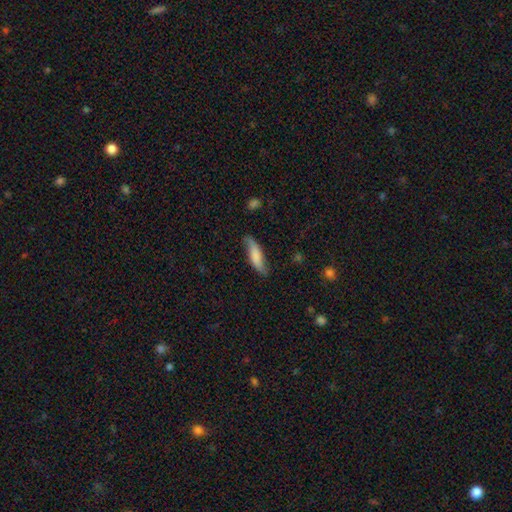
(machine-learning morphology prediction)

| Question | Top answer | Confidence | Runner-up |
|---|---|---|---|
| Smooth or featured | smooth | 63% | featured or disk (31%) |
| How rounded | cigar-shaped | 62% | in between (36%) |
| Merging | none | 70% | minor disturbance (23%) |